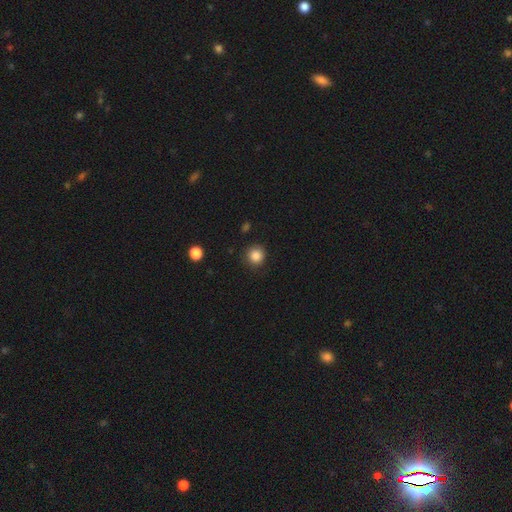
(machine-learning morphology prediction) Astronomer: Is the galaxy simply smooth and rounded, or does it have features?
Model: smooth — 86%.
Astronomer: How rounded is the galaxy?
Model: round — 93%.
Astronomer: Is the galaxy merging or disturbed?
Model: none — 87%.